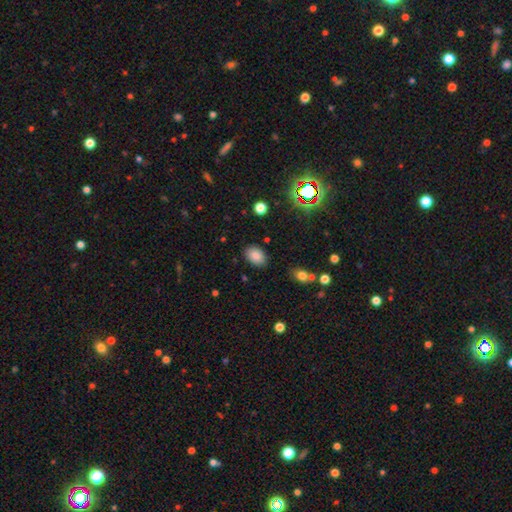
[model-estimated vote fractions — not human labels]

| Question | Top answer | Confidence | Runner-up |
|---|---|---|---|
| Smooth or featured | smooth | 84% | star or artifact (11%) |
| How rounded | in between | 79% | round (20%) |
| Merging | none | 84% | minor disturbance (11%) |